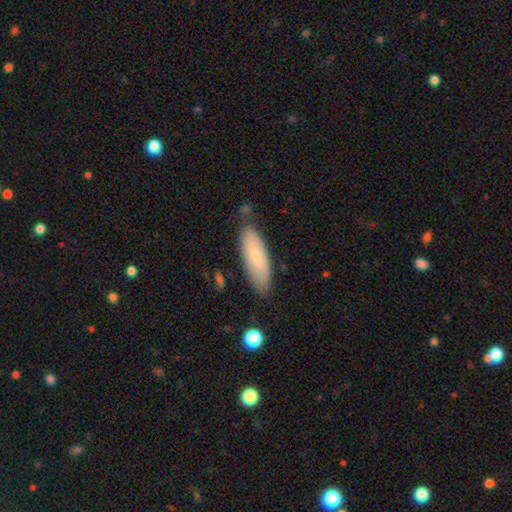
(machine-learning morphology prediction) The model was most divided on "how rounded": cigar-shaped: 51%, in between: 47%, round: 2%. More confident: merging — none (77%); smooth or featured — smooth (73%).